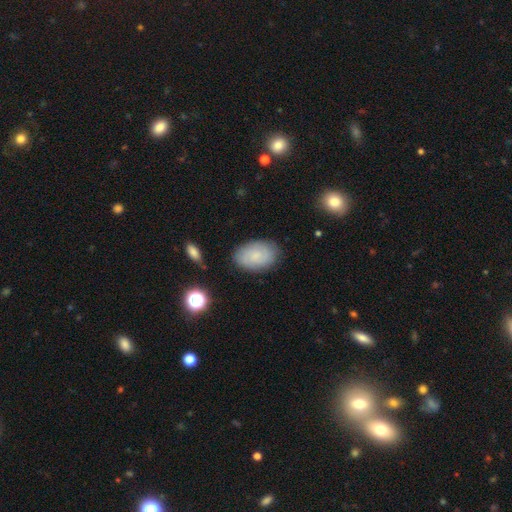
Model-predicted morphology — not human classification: smooth-or-featured: smooth: 64% | featured or disk: 27% | star or artifact: 9%
  how-rounded: in between: 90% | round: 9% | cigar-shaped: 1%
  merging: none: 83% | minor disturbance: 13% | major disturbance: 3% | merger: 2%